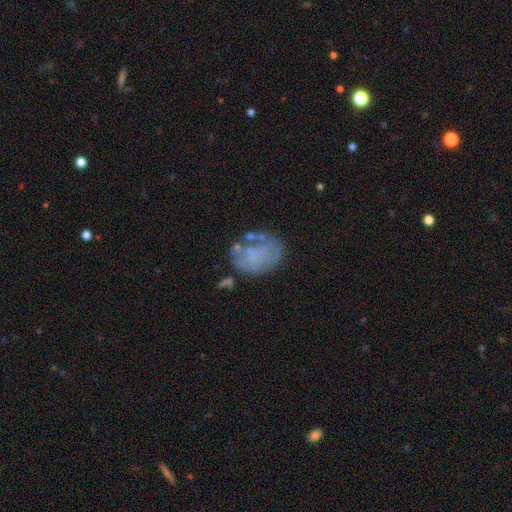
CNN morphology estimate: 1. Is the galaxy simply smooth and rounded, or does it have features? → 46% featured or disk, 42% smooth, 12% star or artifact.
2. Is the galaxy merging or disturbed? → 48% none, 24% minor disturbance, 19% major disturbance, 9% merger.